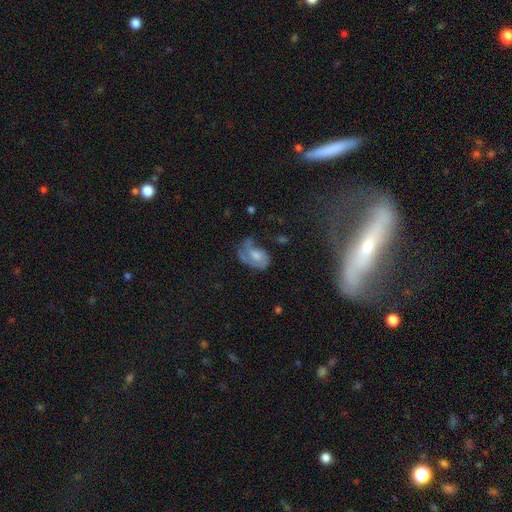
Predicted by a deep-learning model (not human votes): Smooth or featured?
  - featured or disk: 54% *
  - smooth: 37%
  - star or artifact: 9%
Edge-on disk?
  - no: 96% *
  - yes: 4%
Bar?
  - no: 68% *
  - weak: 27%
  - strong: 5%
Spiral arms?
  - yes: 72% *
  - no: 28%
Bulge size?
  - moderate: 48% *
  - small: 26%
  - large: 12%
  - none: 12%
  - dominant: 2%
Merging?
  - none: 34% *
  - major disturbance: 33%
  - minor disturbance: 28%
  - merger: 4%